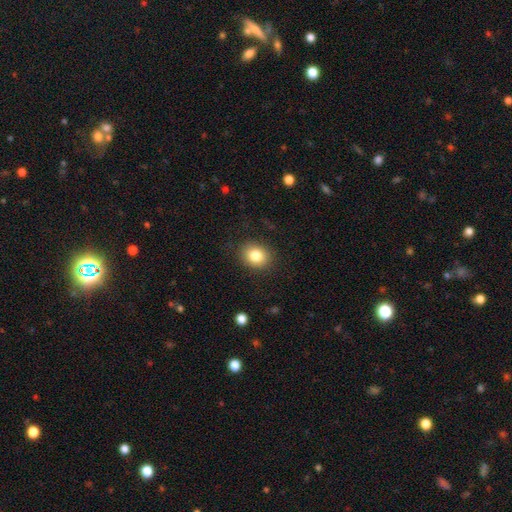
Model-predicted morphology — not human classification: Smooth or featured? Predicted: smooth (p=0.82). How rounded? Predicted: round (p=0.59). Merging? Predicted: none (p=0.88).